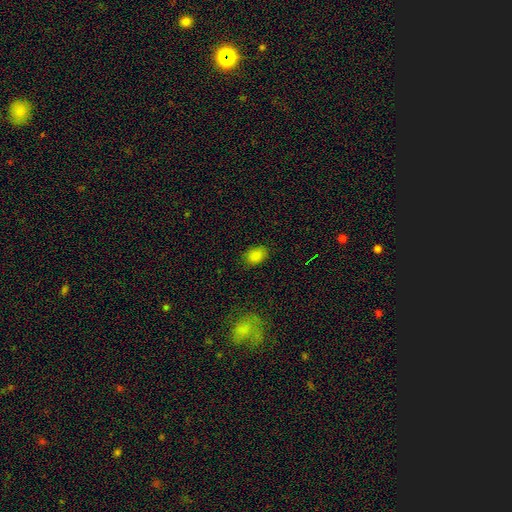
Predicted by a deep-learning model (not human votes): The model was most divided on "how rounded": in between: 81%, round: 18%, cigar-shaped: 1%. More confident: merging — none (85%); smooth or featured — smooth (84%).